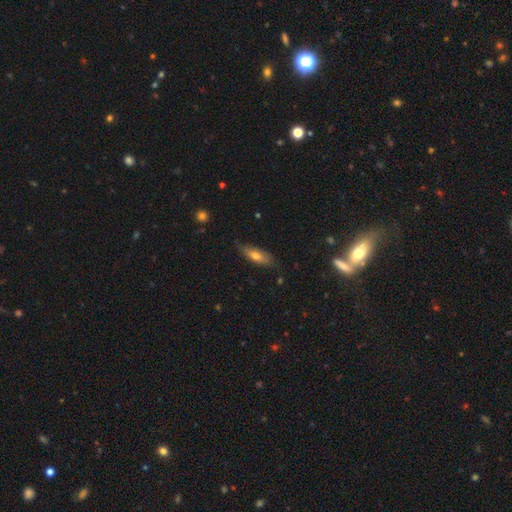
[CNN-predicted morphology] Q: Smooth or featured?
A: smooth (66%); runner-up: featured or disk (28%)
Q: How rounded?
A: in between (59%); runner-up: cigar-shaped (39%)
Q: Merging?
A: none (75%); runner-up: minor disturbance (21%)